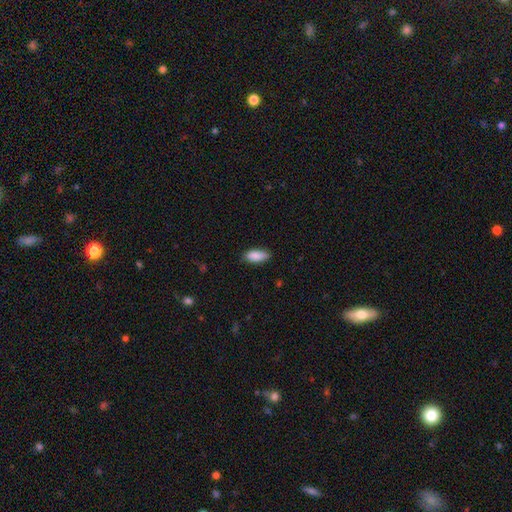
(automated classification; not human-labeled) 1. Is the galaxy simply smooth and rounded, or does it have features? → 87% smooth, 6% star or artifact, 6% featured or disk.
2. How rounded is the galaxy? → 84% in between, 14% cigar-shaped, 2% round.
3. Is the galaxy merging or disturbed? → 81% none, 16% minor disturbance, 2% major disturbance, 1% merger.